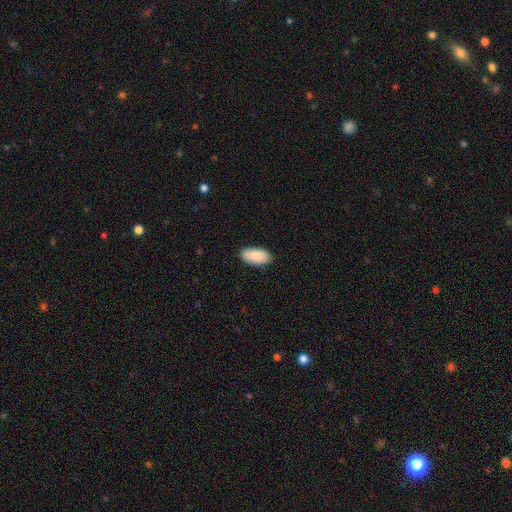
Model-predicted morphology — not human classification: The model was most divided on "merging": none: 89%, minor disturbance: 9%, major disturbance: 2%, merger: 1%. More confident: how rounded — in between (94%); smooth or featured — smooth (91%).